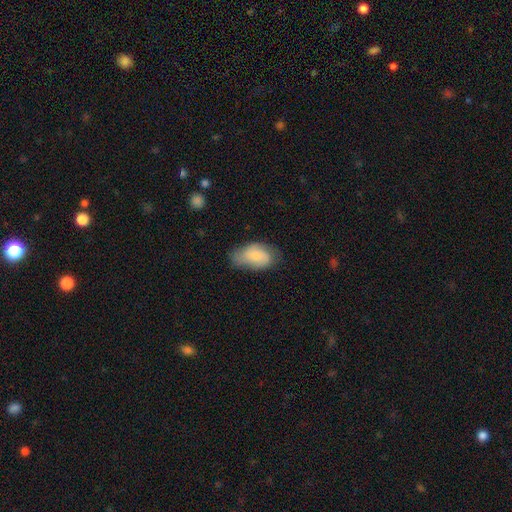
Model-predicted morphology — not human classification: smooth-or-featured: smooth: 68% | featured or disk: 25% | star or artifact: 7%
  how-rounded: in between: 91% | round: 7% | cigar-shaped: 2%
  merging: none: 52% | minor disturbance: 34% | major disturbance: 12% | merger: 2%